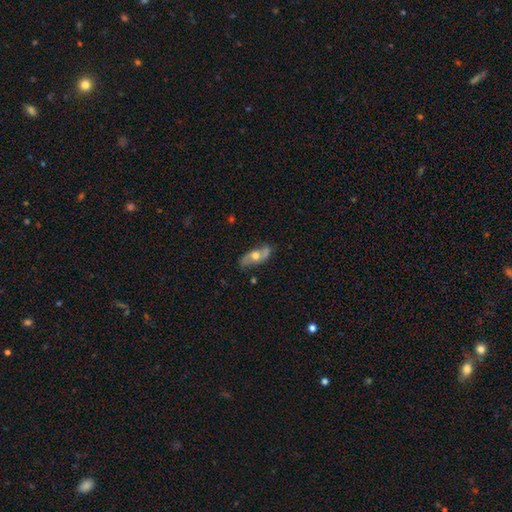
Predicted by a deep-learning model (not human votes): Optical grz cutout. It shows a featured or disk galaxy (56%). Merging: none (74%).